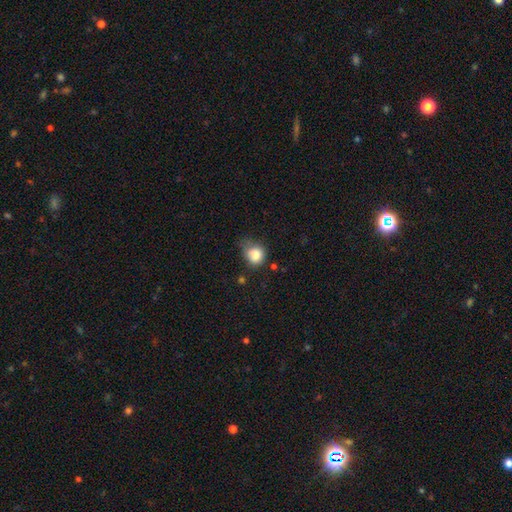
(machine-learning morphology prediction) smooth-or-featured: smooth: 82% | star or artifact: 10% | featured or disk: 8%
  how-rounded: round: 68% | in between: 31% | cigar-shaped: 1%
  merging: none: 39% (tied) | minor disturbance: 39% (tied) | major disturbance: 16% | merger: 6%